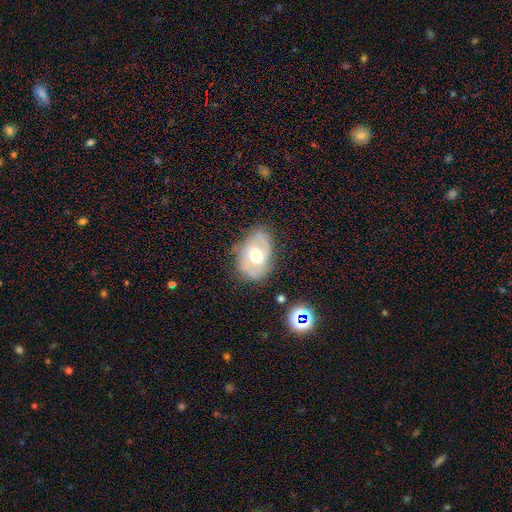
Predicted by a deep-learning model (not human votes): Morphology: type=featured or disk (66%); edge-on=no (95%); bar=weak (43%); spiral arms=yes (69%); bulge=moderate (69%); merging=none (69%).